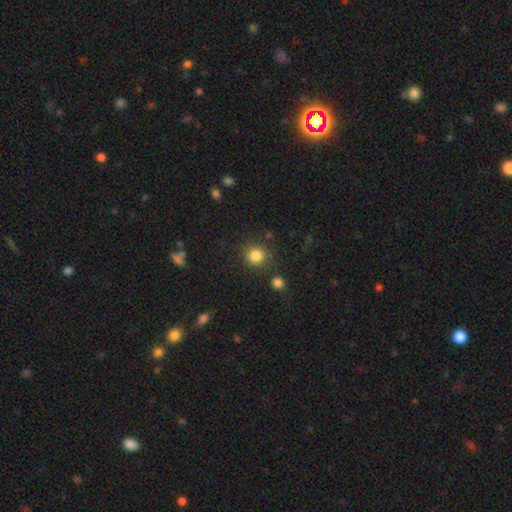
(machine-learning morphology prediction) Smooth or featured: smooth — 83% (star or artifact — 12%)
How rounded: round — 91% (in between — 8%)
Merging: none — 84% (minor disturbance — 8%)